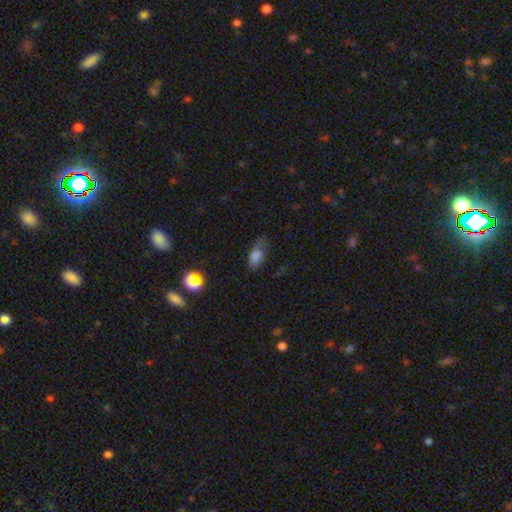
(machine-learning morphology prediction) smooth 77%, star or artifact 12%, featured or disk 11%. Down the decision tree: how rounded — in between (83%); merging — none (48%).